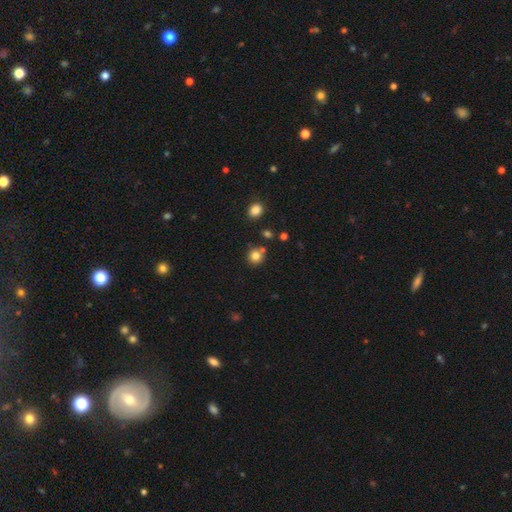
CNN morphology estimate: Q: Smooth or featured?
A: smooth (80%); runner-up: star or artifact (13%)
Q: How rounded?
A: round (91%); runner-up: in between (8%)
Q: Merging?
A: none (76%); runner-up: merger (12%)